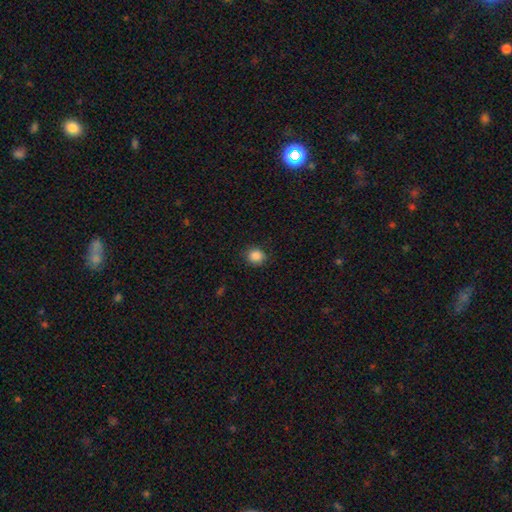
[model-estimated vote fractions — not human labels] Smooth or featured? smooth (87%)
How rounded? round (86%)
Merging? none (88%)